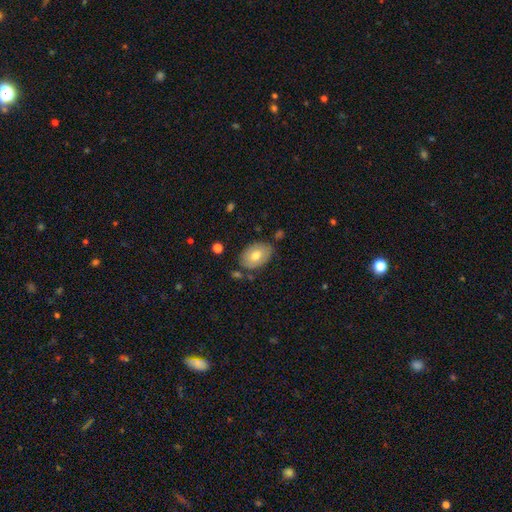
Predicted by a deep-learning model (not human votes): smooth_or_featured: smooth (p=0.69) [alt: featured or disk p=0.24]
how_rounded: in between (p=0.85) [alt: round p=0.14]
merging: none (p=0.74) [alt: minor disturbance p=0.18]